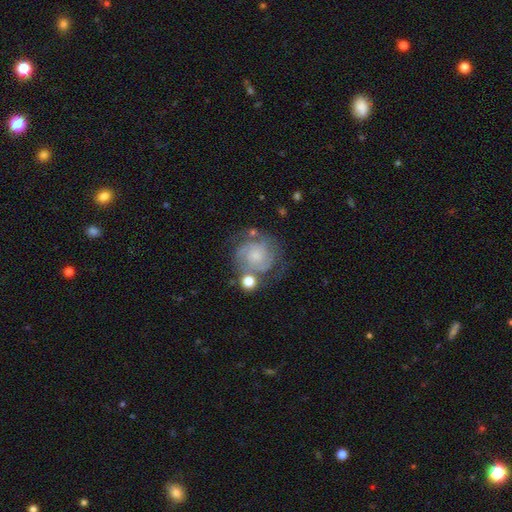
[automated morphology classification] type=featured or disk (76%); edge-on=no (98%); bar=no (75%); spiral arms=yes (94%); winding=tight (60%); arm count=2 (47%); bulge=small (61%); merging=none (60%).